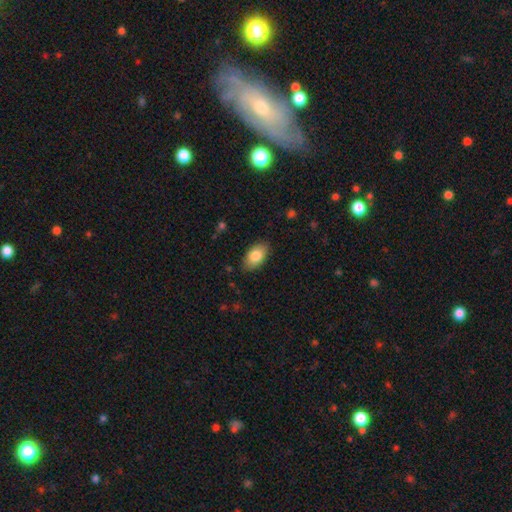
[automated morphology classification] smooth 84%, featured or disk 10%, star or artifact 7%. Down the decision tree: how rounded — in between (93%); merging — none (84%).